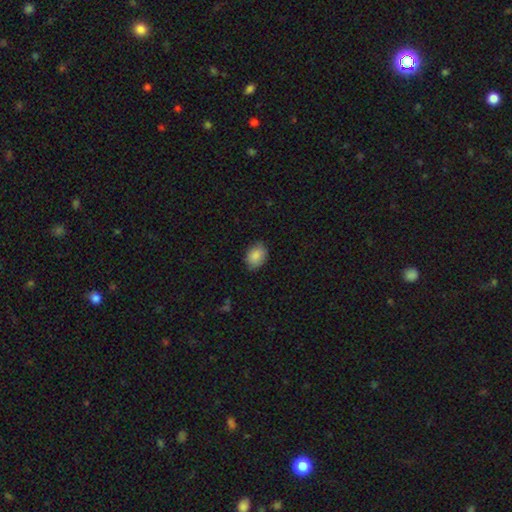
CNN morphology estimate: A smooth galaxy with no disk features (87%) that is in between round and cigar-shaped (74%). Merging: none (79%).